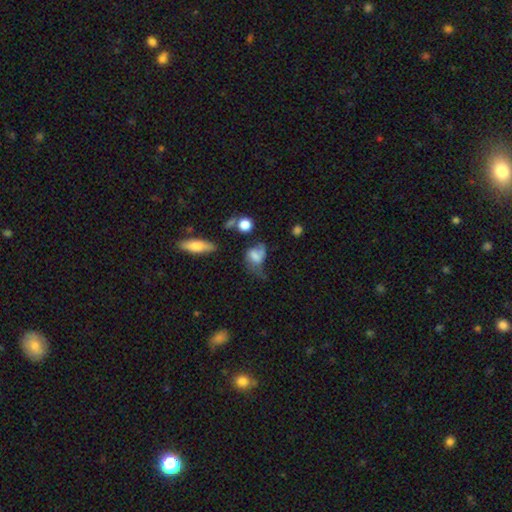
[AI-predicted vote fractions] smooth_or_featured: smooth (p=0.56) [alt: featured or disk p=0.33]
how_rounded: in between (p=0.66) [alt: round p=0.31]
merging: major disturbance (p=0.37) [alt: minor disturbance p=0.27]